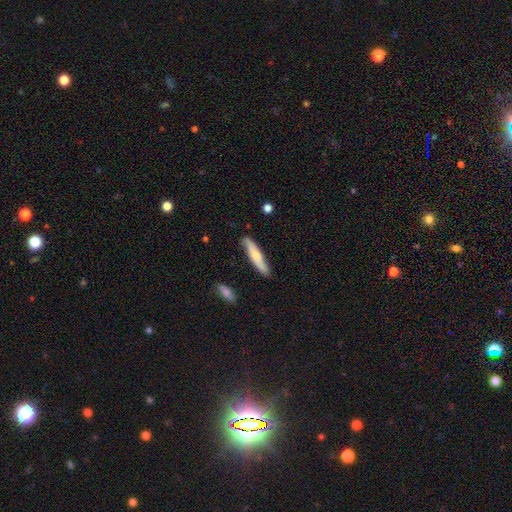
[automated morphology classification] Smooth or featured?
  - smooth: 61% *
  - featured or disk: 33%
  - star or artifact: 5%
How rounded?
  - cigar-shaped: 86% *
  - in between: 12%
  - round: 2%
Merging?
  - none: 82% *
  - minor disturbance: 14%
  - major disturbance: 2%
  - merger: 2%